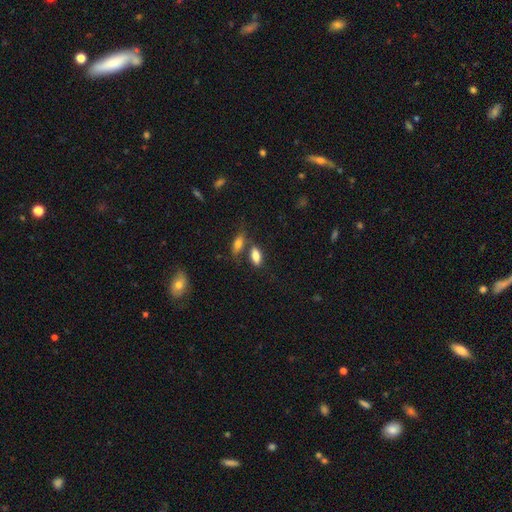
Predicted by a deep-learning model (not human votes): The model was most divided on "merging": none: 56%, merger: 26%, minor disturbance: 14%, major disturbance: 5%. More confident: how rounded — in between (84%); smooth or featured — smooth (83%).